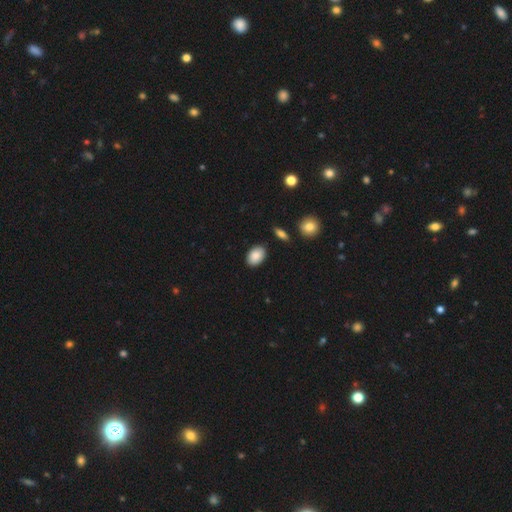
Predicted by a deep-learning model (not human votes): Overall: smooth (89%). How rounded: in between (86%). Merging: none (87%).